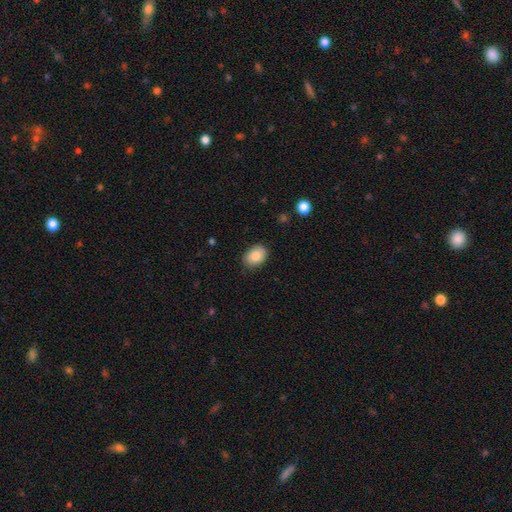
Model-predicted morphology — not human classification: This is clearly a smooth galaxy (86%). How rounded: likely in between (79%). Merging: clearly none (82%).